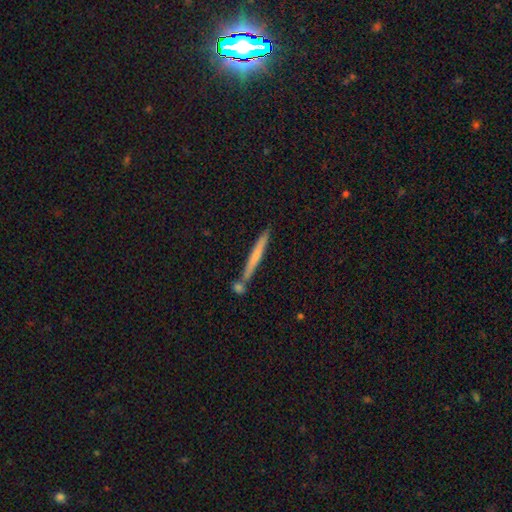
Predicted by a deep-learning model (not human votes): Q: Smooth or featured?
A: smooth (55%); runner-up: featured or disk (39%)
Q: How rounded?
A: cigar-shaped (96%); runner-up: in between (2%)
Q: Merging?
A: none (75%); runner-up: merger (13%)